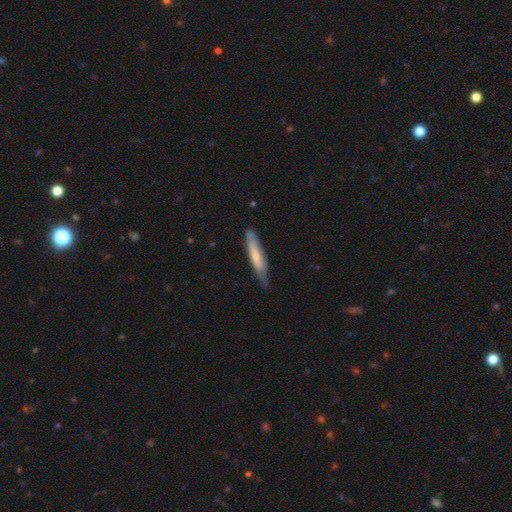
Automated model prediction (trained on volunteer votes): Smooth or featured? smooth (56%)
How rounded? cigar-shaped (86%)
Merging? none (70%)